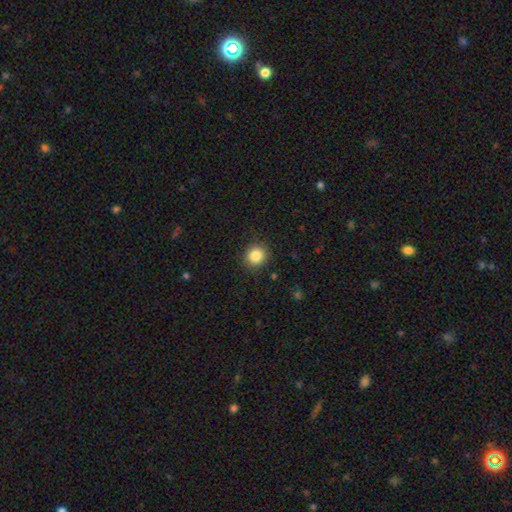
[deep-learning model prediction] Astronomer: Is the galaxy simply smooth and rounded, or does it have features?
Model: smooth — 85%.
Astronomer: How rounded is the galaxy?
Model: round — 88%.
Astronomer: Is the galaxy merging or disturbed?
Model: none — 89%.